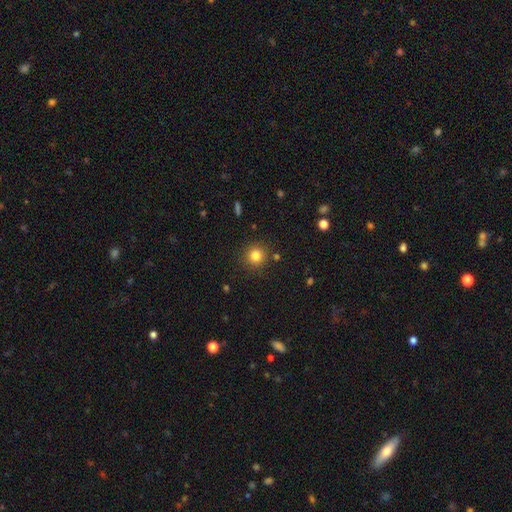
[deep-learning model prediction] Smooth or featured? smooth (82%)
How rounded? round (92%)
Merging? none (88%)